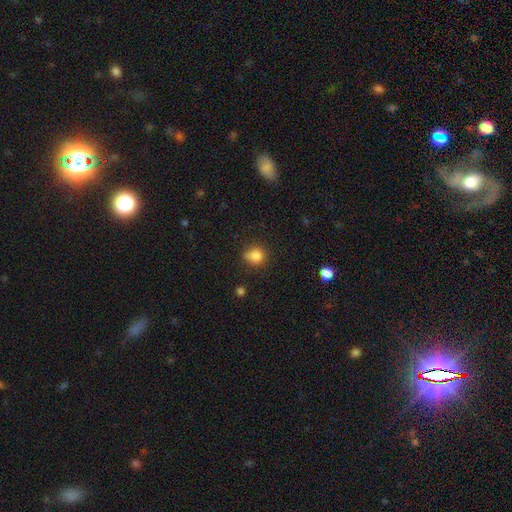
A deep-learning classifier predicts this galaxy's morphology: type=smooth (82%); roundness=round (85%); merging=none (73%).